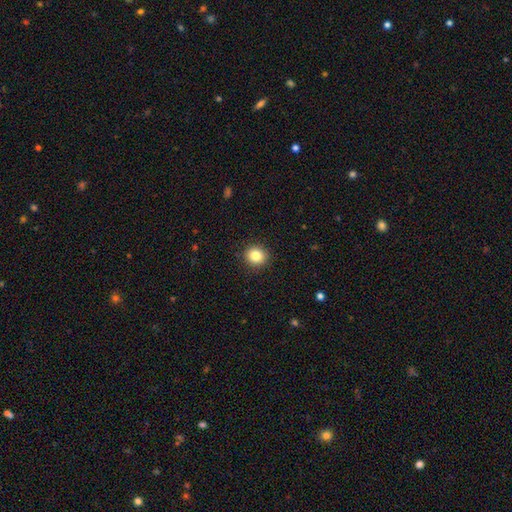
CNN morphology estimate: Smooth or featured? smooth (84%)
How rounded? round (85%)
Merging? none (91%)